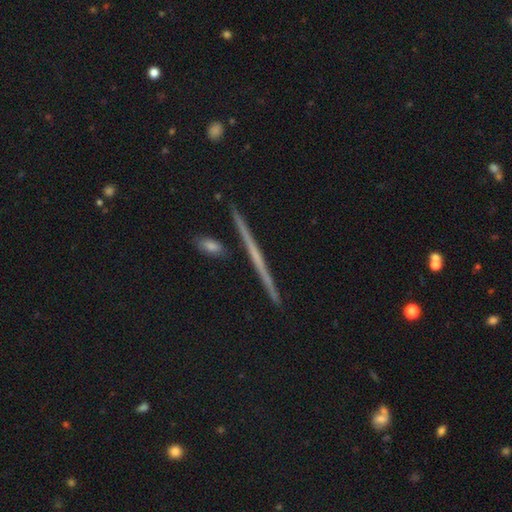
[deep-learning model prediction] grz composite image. It shows a featured or disk galaxy (67%) viewed edge-on (98%) with no central bulge (76%). Merging: none (91%).